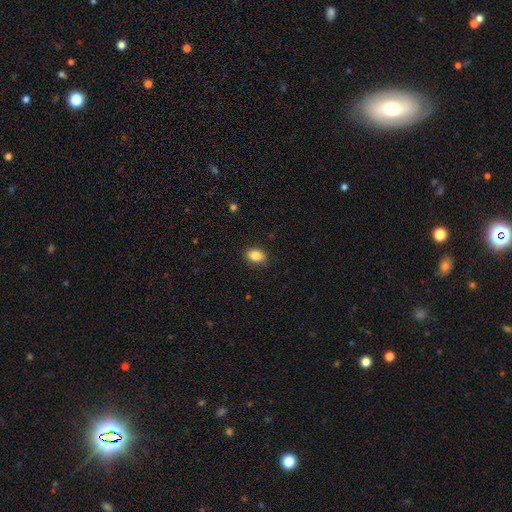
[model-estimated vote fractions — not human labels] smooth_or_featured: smooth (p=0.86) [alt: star or artifact p=0.09]
how_rounded: in between (p=0.73) [alt: round p=0.26]
merging: none (p=0.88) [alt: minor disturbance p=0.09]